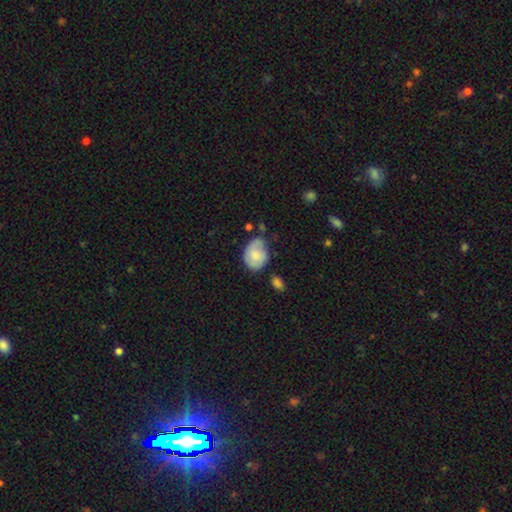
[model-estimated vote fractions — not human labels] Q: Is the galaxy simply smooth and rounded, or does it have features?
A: smooth — 61%.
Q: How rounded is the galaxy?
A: in between — 67%.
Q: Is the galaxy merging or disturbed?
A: none — 44%.